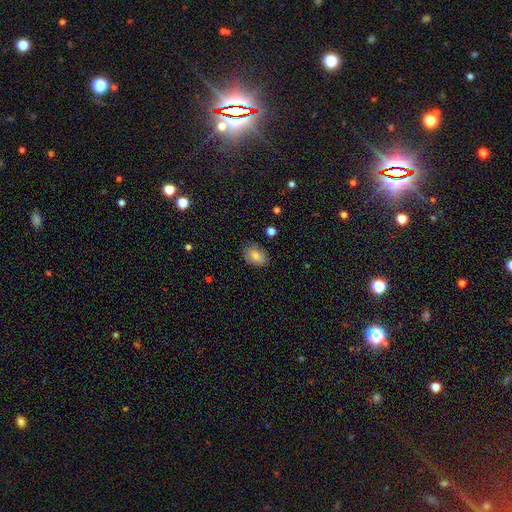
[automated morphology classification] Q: Smooth or featured?
A: smooth (78%); runner-up: featured or disk (13%)
Q: How rounded?
A: in between (81%); runner-up: round (17%)
Q: Merging?
A: none (79%); runner-up: minor disturbance (16%)